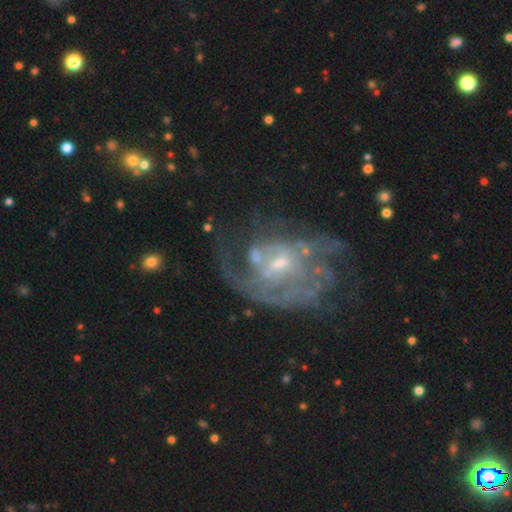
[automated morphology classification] This is likely a featured or disk galaxy (78%). It is clearly not viewed edge-on (97%). Bar: possibly no (46%). Spiral arm pattern: likely yes (70%). Spiral arm count: marginally can't tell (39%). Spiral winding: marginally medium (38%). Central bulge: possibly small (53%). Merging: marginally major disturbance (39%).